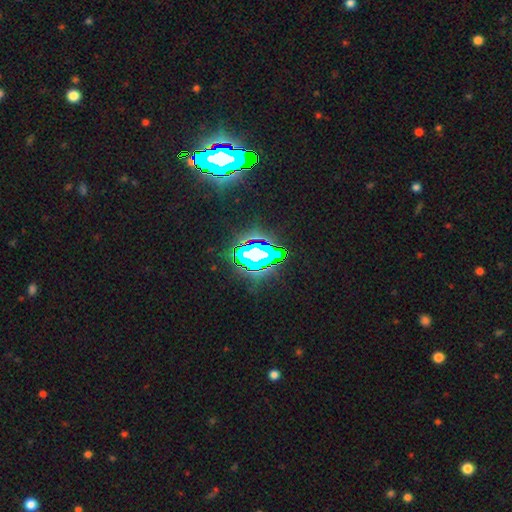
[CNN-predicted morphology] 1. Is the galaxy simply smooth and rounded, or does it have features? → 70% star or artifact, 15% smooth, 15% featured or disk.